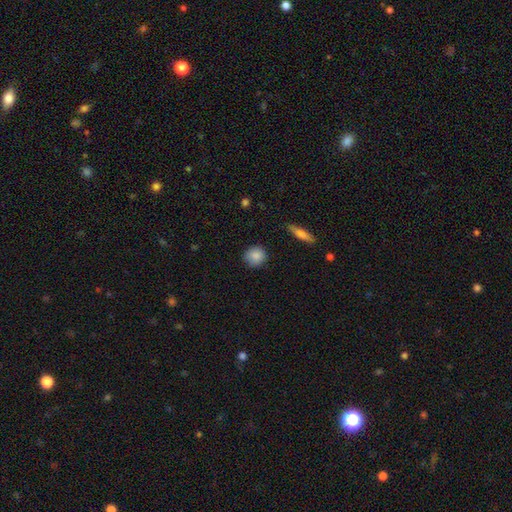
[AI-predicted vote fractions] Overall: smooth (86%). How rounded: round (88%). Merging: none (84%).